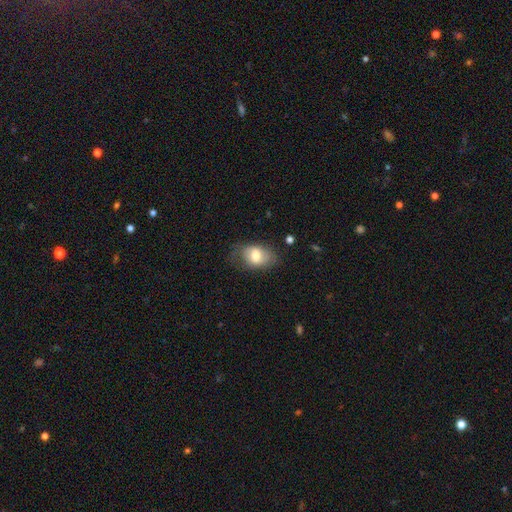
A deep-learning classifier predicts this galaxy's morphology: Smooth or featured? smooth (68%)
How rounded? in between (82%)
Merging? none (64%)